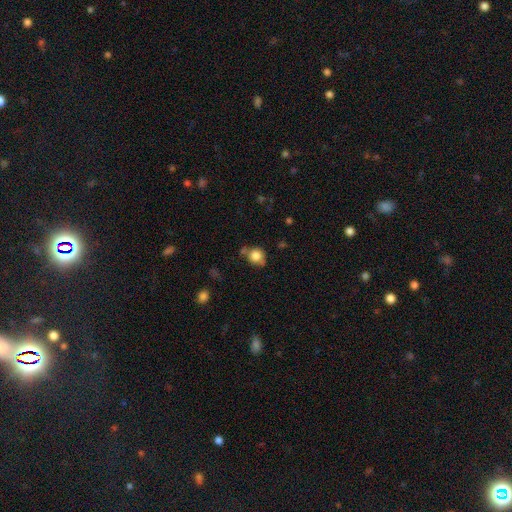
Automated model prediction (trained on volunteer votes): Morphology: type=smooth (81%); roundness=round (77%); merging=none (61%).